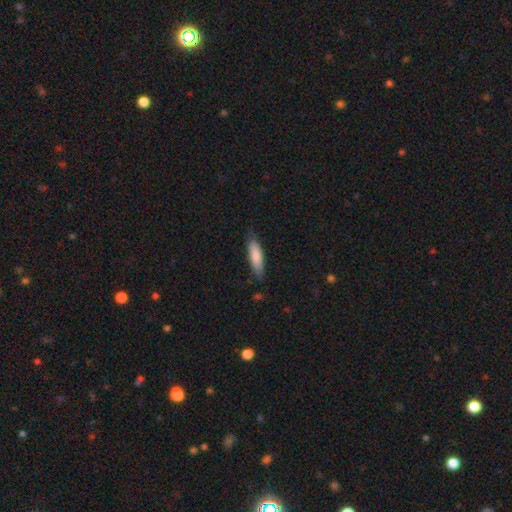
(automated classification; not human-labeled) Smooth or featured: smooth — 83% (featured or disk — 12%)
How rounded: cigar-shaped — 60% (in between — 39%)
Merging: none — 77% (minor disturbance — 18%)